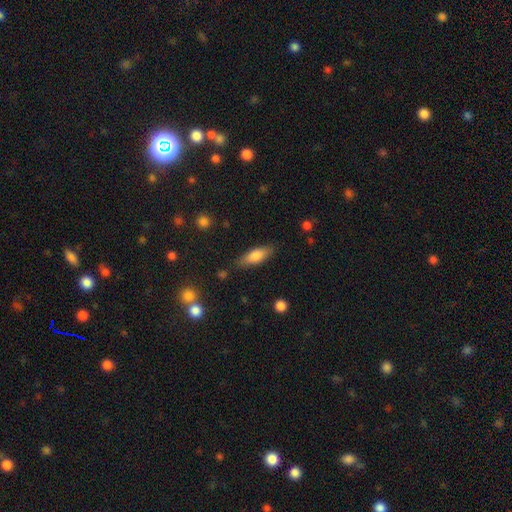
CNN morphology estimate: This appears to be a smooth galaxy with no disk features (76%) that is in between round and cigar-shaped (65%). Merging: none (81%).